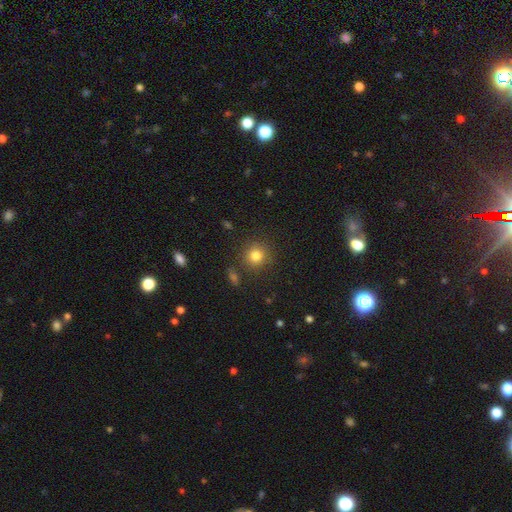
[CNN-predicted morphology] smooth 81%, star or artifact 12%, featured or disk 7%. Down the decision tree: how rounded — round (90%); merging — none (85%).